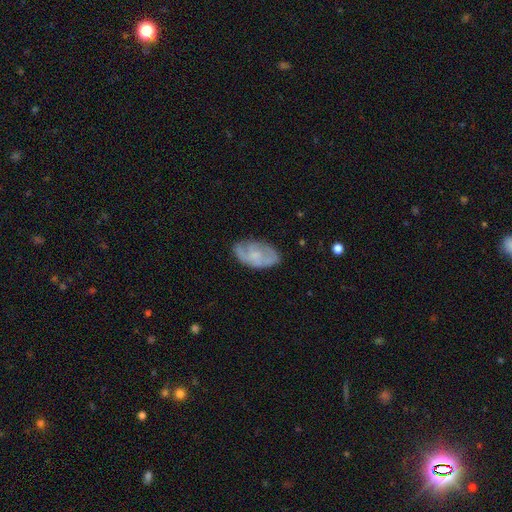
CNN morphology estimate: Overall: featured or disk (53%; smooth 40%). Edge-on disk: no (94%). Merging: none (69%).